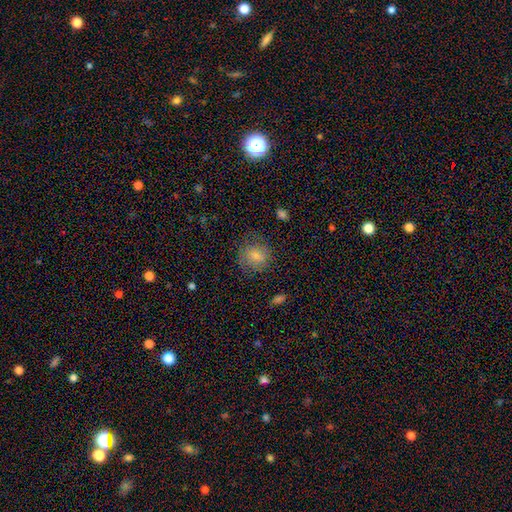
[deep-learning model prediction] Smooth or featured? Predicted: smooth (p=0.68). How rounded? Predicted: round (p=0.81). Merging? Predicted: none (p=0.77).